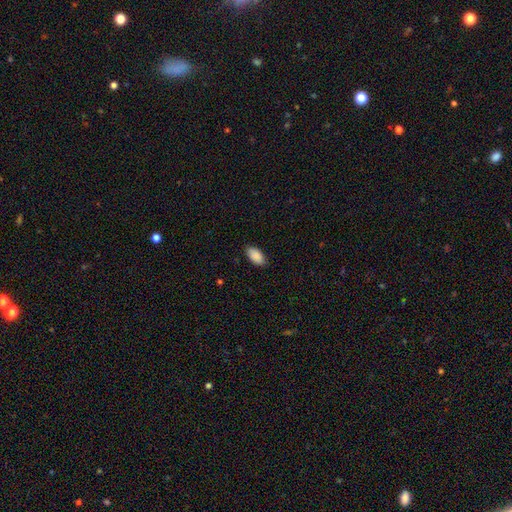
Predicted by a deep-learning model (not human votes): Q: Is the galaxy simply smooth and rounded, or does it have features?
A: smooth — 90%.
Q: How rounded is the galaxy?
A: in between — 94%.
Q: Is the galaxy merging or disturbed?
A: none — 87%.